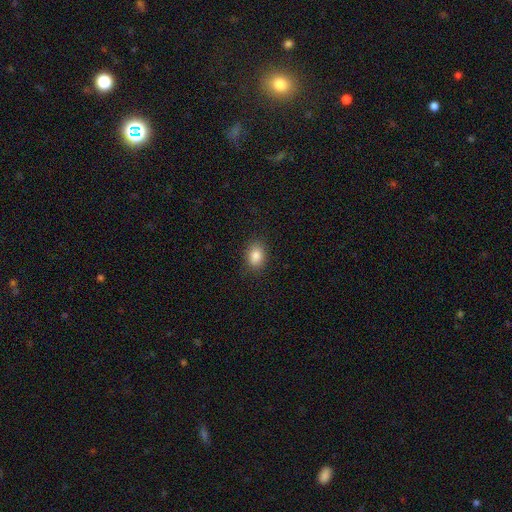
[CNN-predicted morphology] smooth 85%, star or artifact 9%, featured or disk 6%. Down the decision tree: how rounded — in between (73%); merging — none (86%).